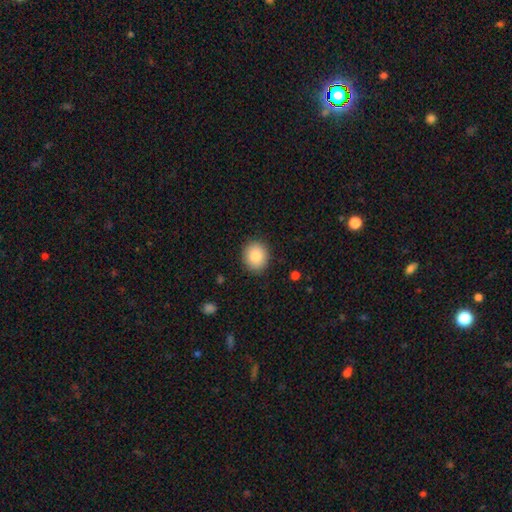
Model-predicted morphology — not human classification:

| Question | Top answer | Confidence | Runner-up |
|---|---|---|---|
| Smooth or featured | smooth | 85% | star or artifact (8%) |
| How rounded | round | 77% | in between (22%) |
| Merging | none | 89% | minor disturbance (8%) |